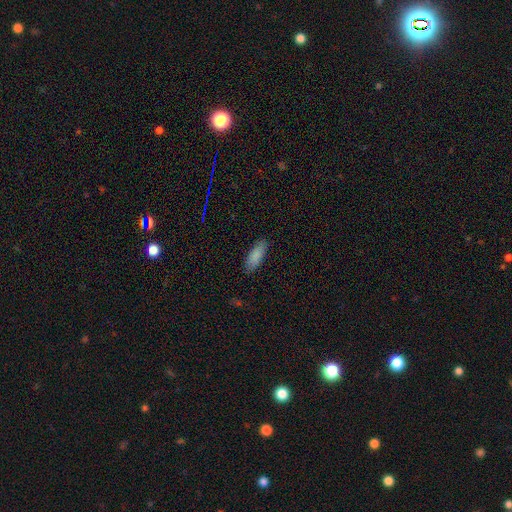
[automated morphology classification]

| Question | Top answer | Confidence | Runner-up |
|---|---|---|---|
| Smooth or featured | smooth | 88% | star or artifact (6%) |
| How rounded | in between | 69% | cigar-shaped (29%) |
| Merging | none | 86% | minor disturbance (11%) |